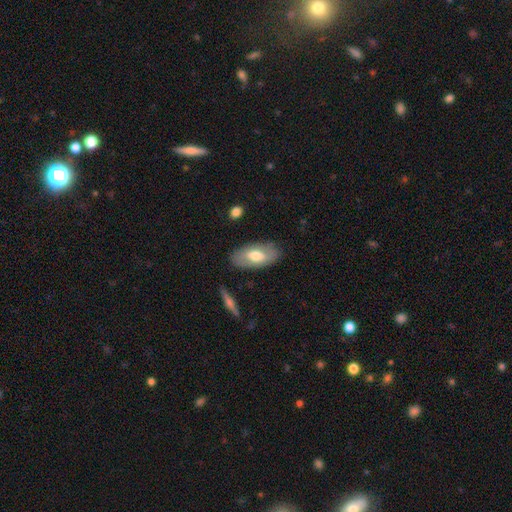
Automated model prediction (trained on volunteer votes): Overall: smooth (57%; featured or disk 37%). How rounded: in between (92%). Merging: none (81%).